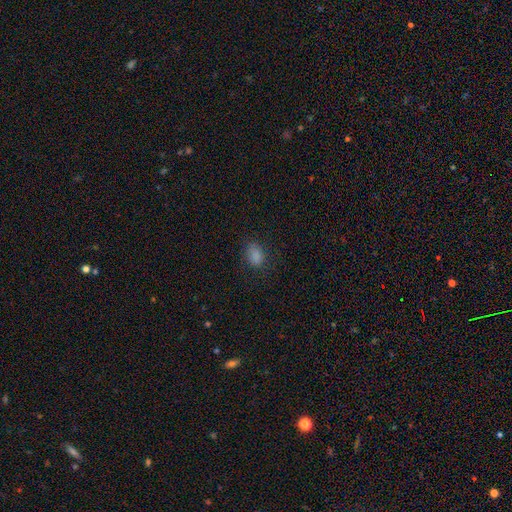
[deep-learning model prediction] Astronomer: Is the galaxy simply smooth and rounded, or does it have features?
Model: smooth — 84%.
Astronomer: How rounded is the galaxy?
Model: in between — 78%.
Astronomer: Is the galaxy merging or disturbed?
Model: none — 77%.